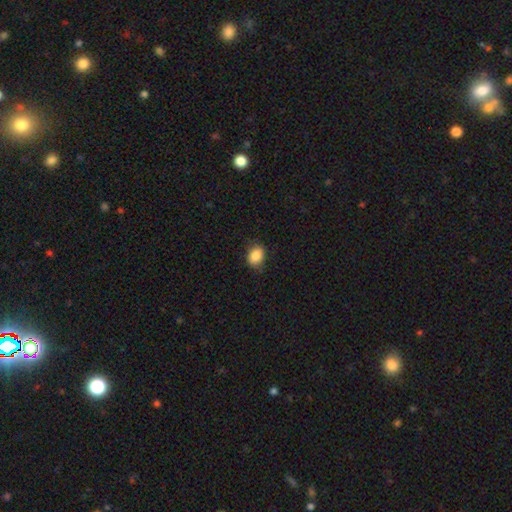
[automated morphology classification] smooth_or_featured: smooth (p=0.87) [alt: star or artifact p=0.08]
how_rounded: in between (p=0.66) [alt: round p=0.33]
merging: none (p=0.78) [alt: minor disturbance p=0.17]